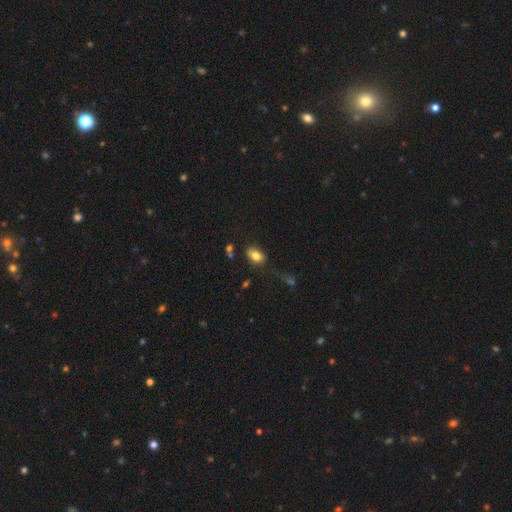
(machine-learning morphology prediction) The model was most divided on "merging": none: 68%, minor disturbance: 19%, major disturbance: 7%, merger: 6%. More confident: how rounded — in between (85%); smooth or featured — smooth (80%).